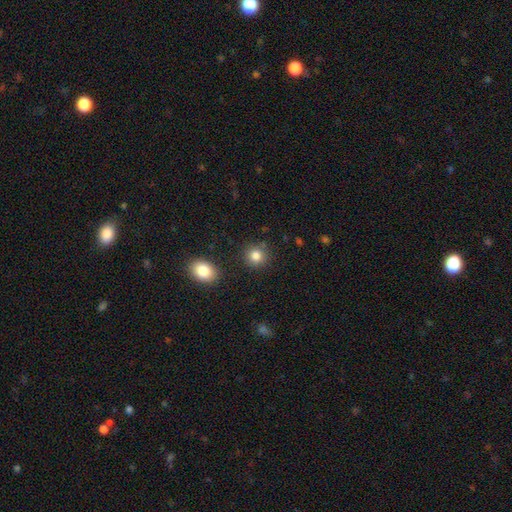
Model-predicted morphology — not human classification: Smooth or featured: smooth — 84% (star or artifact — 10%)
How rounded: round — 88% (in between — 11%)
Merging: none — 87% (minor disturbance — 8%)